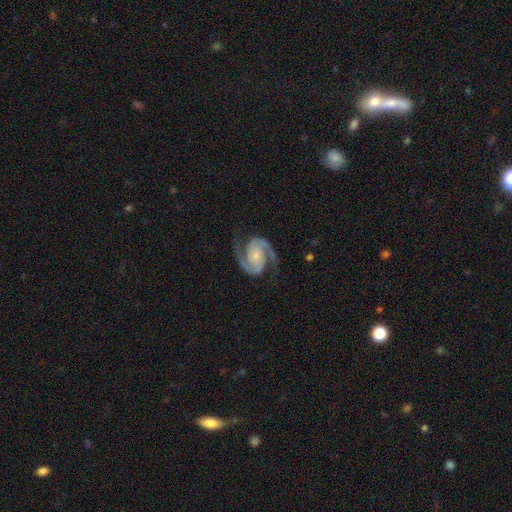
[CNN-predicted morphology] type=featured or disk (94%); edge-on=no (98%); bar=no (66%); spiral arms=yes (99%); winding=medium (57%); arm count=2 (95%); bulge=small (53%); merging=none (82%).